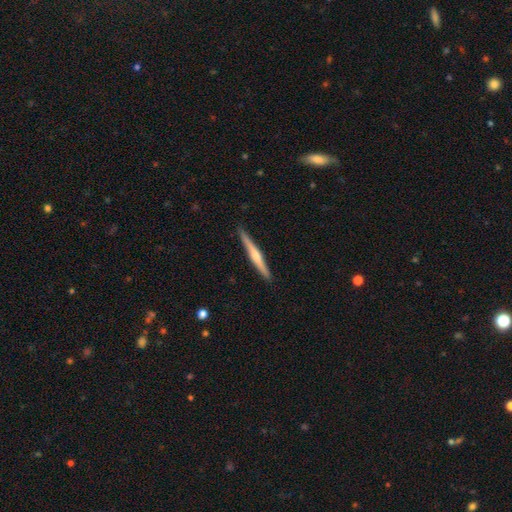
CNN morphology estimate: Q: Smooth or featured?
A: featured or disk (60%); runner-up: smooth (35%)
Q: Edge-on disk?
A: yes (98%); runner-up: no (2%)
Q: Edge-on bulge?
A: rounded (72%); runner-up: none (19%)
Q: Merging?
A: none (90%); runner-up: minor disturbance (7%)